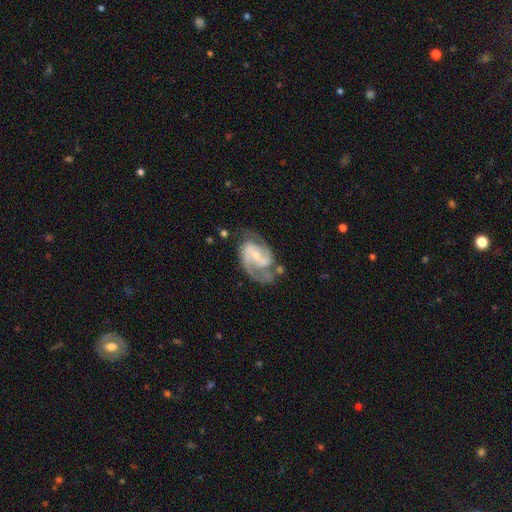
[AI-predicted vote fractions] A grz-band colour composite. It shows a featured or disk galaxy (89%) with a weak bar (45%), 2 (86%) medium (56%) spiral arms (97%) and a small central bulge (58%). Merging: none (62%).